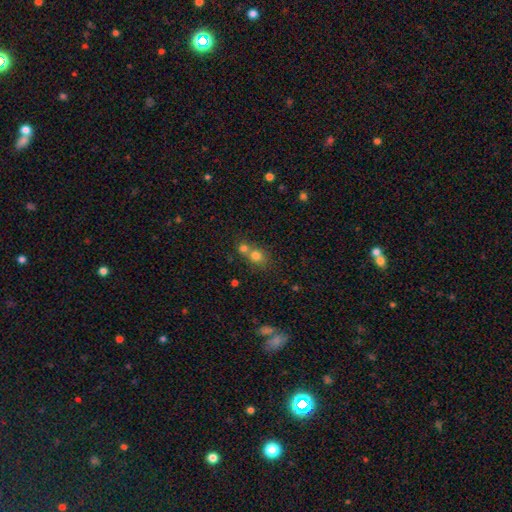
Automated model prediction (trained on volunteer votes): This is likely a smooth galaxy (76%). How rounded: likely round (72%). Merging: possibly merger (52%).